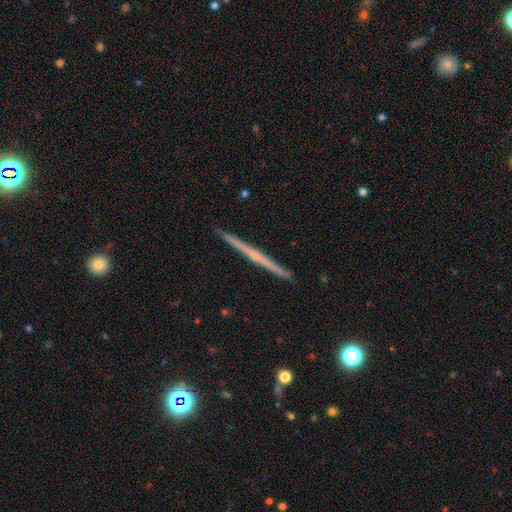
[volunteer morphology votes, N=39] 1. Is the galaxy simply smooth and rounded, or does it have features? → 92% featured or disk, 5% smooth, 3% star or artifact.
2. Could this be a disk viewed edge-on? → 100% yes, 0% no.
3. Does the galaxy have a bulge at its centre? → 72% rounded, 22% none, 6% boxy.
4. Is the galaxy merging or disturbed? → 95% none, 5% minor disturbance, 0% major disturbance, 0% merger.